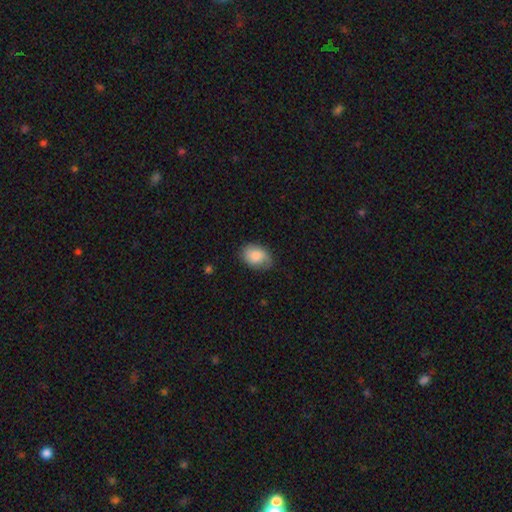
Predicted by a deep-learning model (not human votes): Morphology: type=smooth (79%); roundness=in between (75%); merging=none (69%).